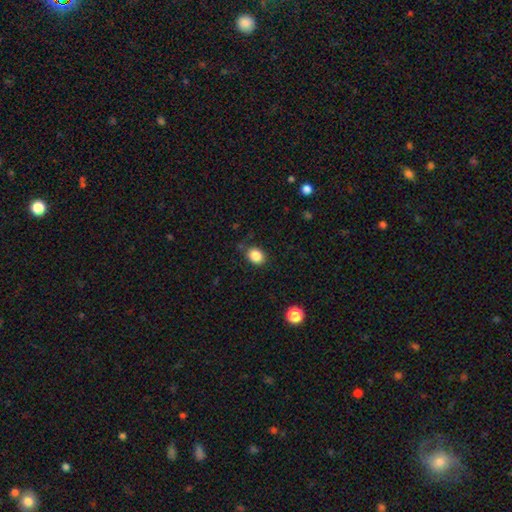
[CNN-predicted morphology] Q: Smooth or featured?
A: smooth (86%); runner-up: star or artifact (10%)
Q: How rounded?
A: in between (53%); runner-up: round (46%)
Q: Merging?
A: none (83%); runner-up: minor disturbance (12%)